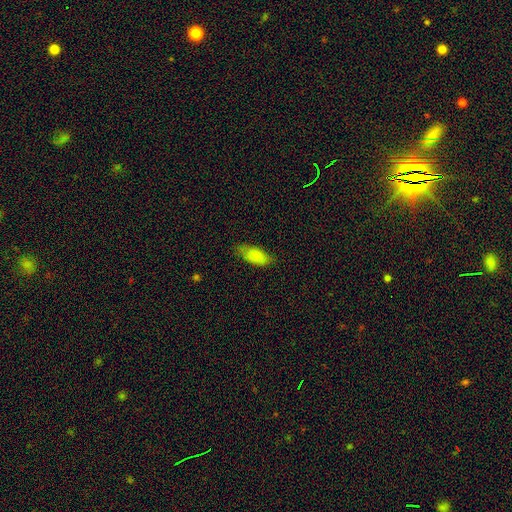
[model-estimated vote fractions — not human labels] The model was most divided on "merging": none: 71%, minor disturbance: 23%, major disturbance: 5%, merger: 1%. More confident: smooth or featured — smooth (85%); how rounded — in between (85%).